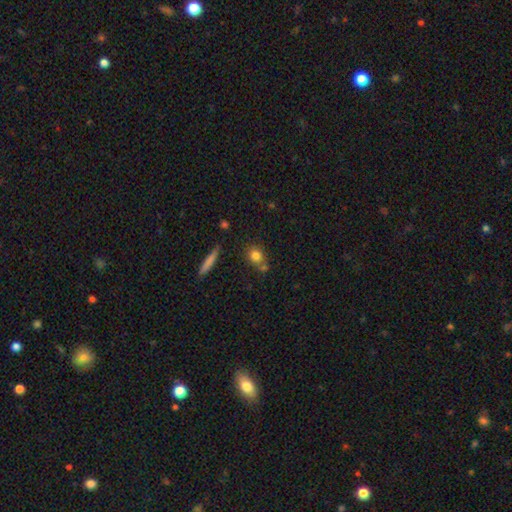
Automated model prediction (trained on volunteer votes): Morphology: type=smooth (79%); roundness=round (61%); merging=none (62%).